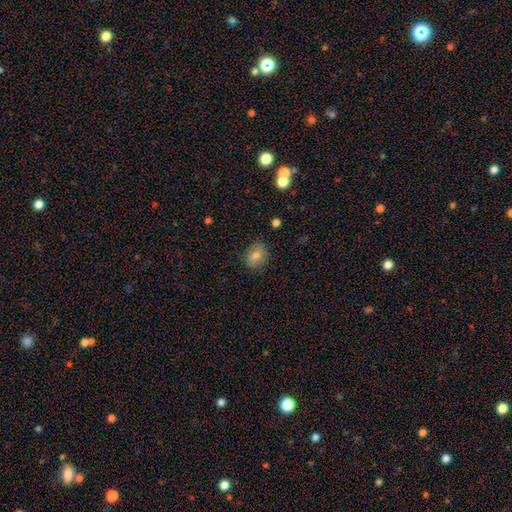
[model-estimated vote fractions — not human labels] A smooth galaxy with no disk features (74%) that is round (50%). Merging: none (83%).